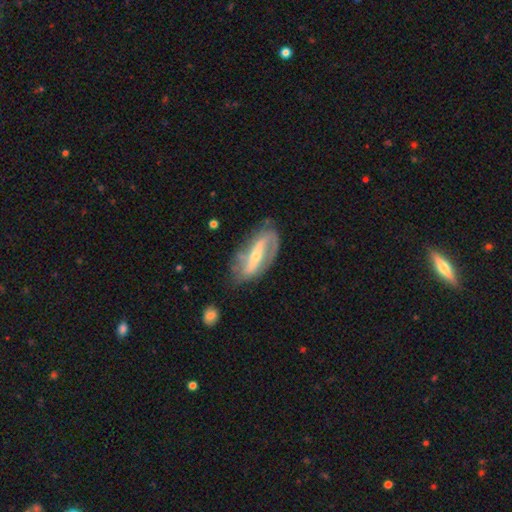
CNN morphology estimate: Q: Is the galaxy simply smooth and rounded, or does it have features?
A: featured or disk — 84%.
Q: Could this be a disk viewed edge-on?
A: no — 90%.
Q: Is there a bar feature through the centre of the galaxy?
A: strong — 63%.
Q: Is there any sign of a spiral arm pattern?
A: yes — 89%.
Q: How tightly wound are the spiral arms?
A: loose — 38%, tied with medium.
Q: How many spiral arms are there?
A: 2 — 82%.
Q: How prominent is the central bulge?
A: small — 54%.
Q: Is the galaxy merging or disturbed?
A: none — 71%.